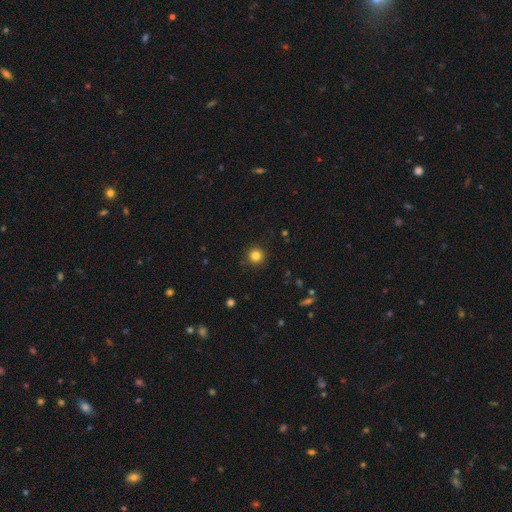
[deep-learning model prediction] The model was most divided on "smooth or featured": smooth: 83%, star or artifact: 13%, featured or disk: 5%. More confident: how rounded — round (95%); merging — none (90%).